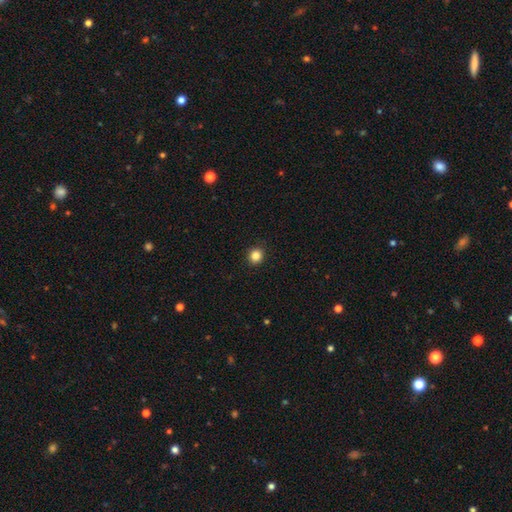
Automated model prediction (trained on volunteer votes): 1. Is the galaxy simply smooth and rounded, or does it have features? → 85% smooth, 11% star or artifact, 4% featured or disk.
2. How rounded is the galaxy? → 88% round, 11% in between, 1% cigar-shaped.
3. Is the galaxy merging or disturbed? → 92% none, 5% minor disturbance, 2% major disturbance, 1% merger.